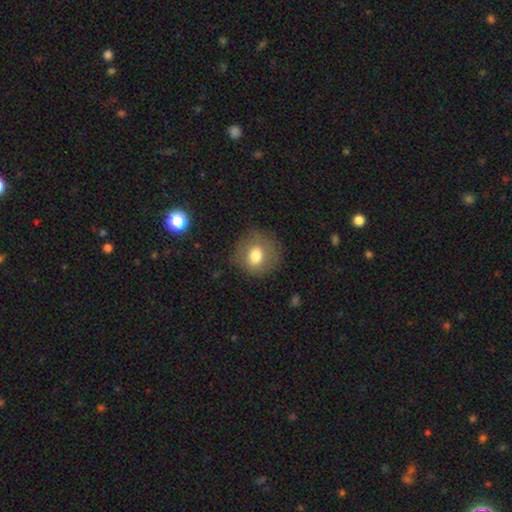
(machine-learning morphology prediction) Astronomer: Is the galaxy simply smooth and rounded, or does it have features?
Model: smooth — 73%.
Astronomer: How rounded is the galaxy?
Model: round — 78%.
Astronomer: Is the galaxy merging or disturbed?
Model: none — 74%.